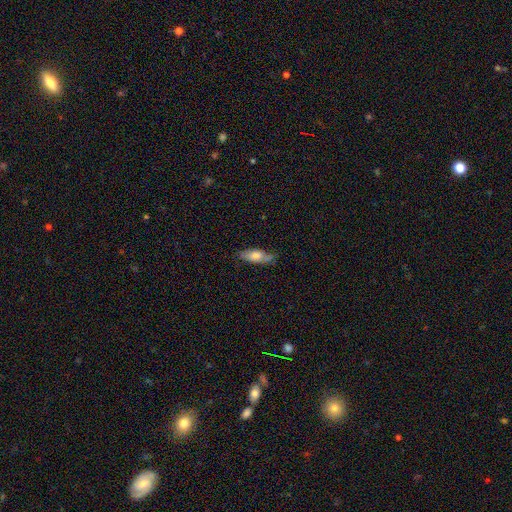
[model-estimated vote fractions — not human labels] Smooth or featured? smooth (65%)
How rounded? in between (66%)
Merging? none (70%)